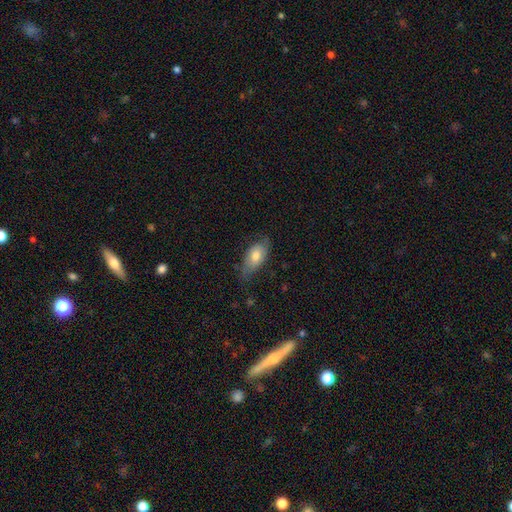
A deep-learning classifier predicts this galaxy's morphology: This appears to be a smooth galaxy with no disk features (66%) that is in between round and cigar-shaped (88%). Merging: none (61%).